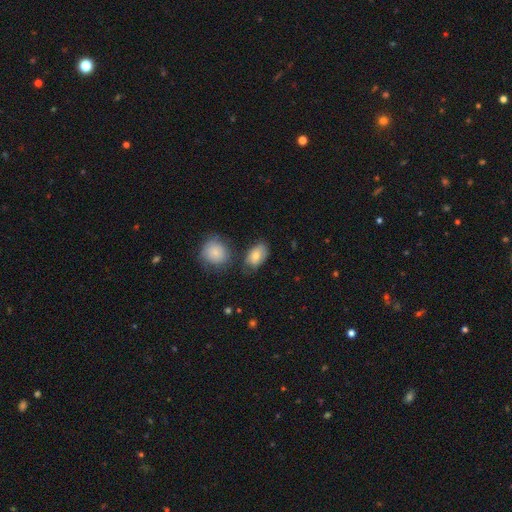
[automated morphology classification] A smooth galaxy with no disk features (77%) that is in between round and cigar-shaped (88%).

Vote fractions:
- Smooth or featured? smooth: 77% / featured or disk: 15% / star or artifact: 8%
- How rounded? in between: 88% / round: 11% / cigar-shaped: 2%
- Merging? none: 62% / minor disturbance: 21% / merger: 10% / major disturbance: 7%